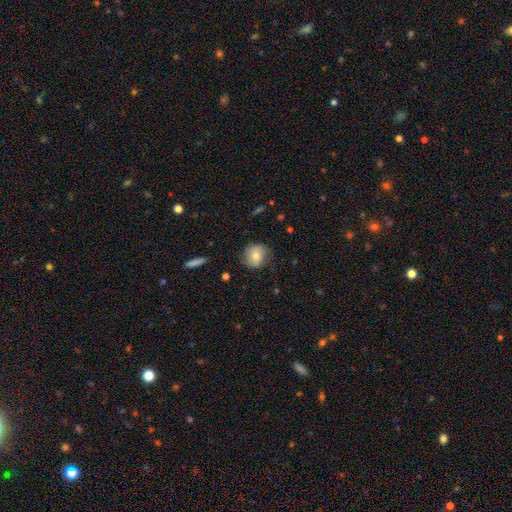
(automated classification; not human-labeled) Smooth or featured? Predicted: smooth (p=0.55). How rounded? Predicted: round (p=0.80). Merging? Predicted: none (p=0.73).